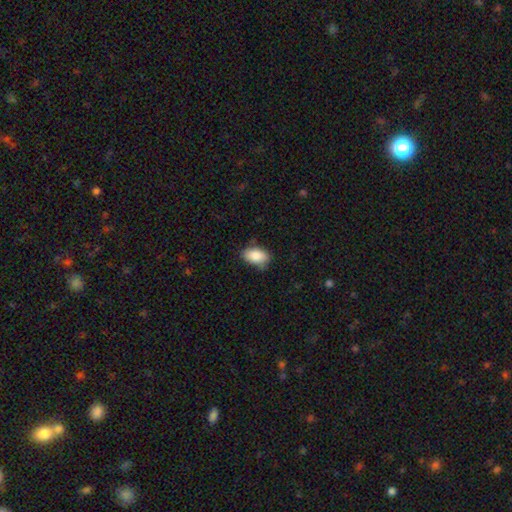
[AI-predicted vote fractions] smooth_or_featured: smooth (p=0.87) [alt: star or artifact p=0.07]
how_rounded: in between (p=0.91) [alt: round p=0.08]
merging: none (p=0.76) [alt: minor disturbance p=0.20]